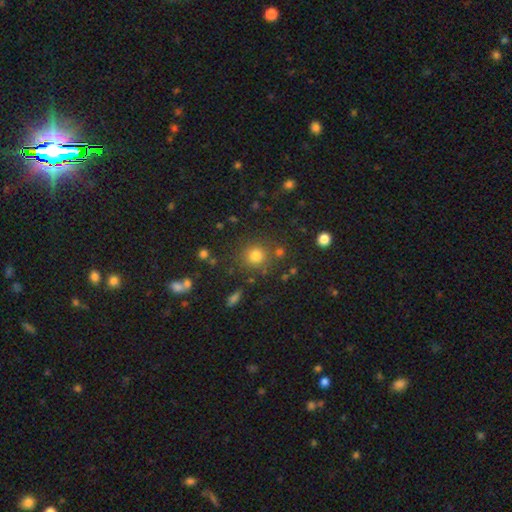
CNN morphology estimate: This is likely a smooth galaxy (77%). How rounded: clearly round (90%). Merging: clearly none (80%).